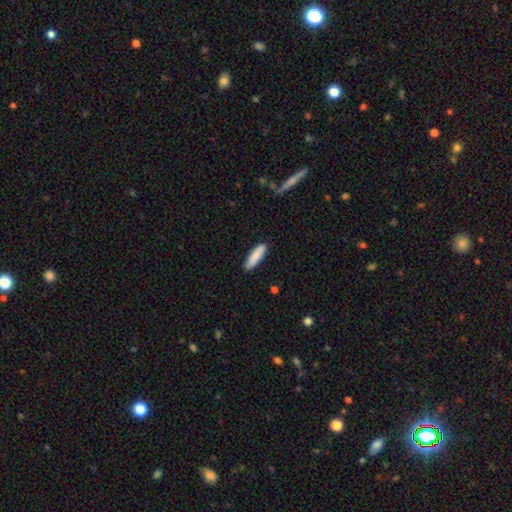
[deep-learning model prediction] A smooth galaxy with no disk features (87%) that is cigar-shaped (66%). Merging: none (88%).